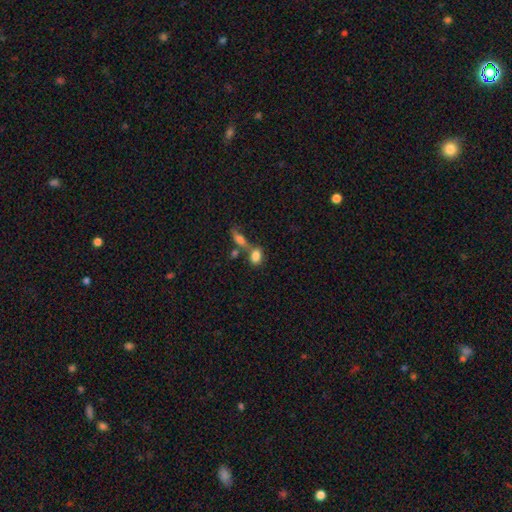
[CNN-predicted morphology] This is clearly a smooth galaxy (82%). How rounded: clearly in between (82%). Merging: possibly merger (45%).